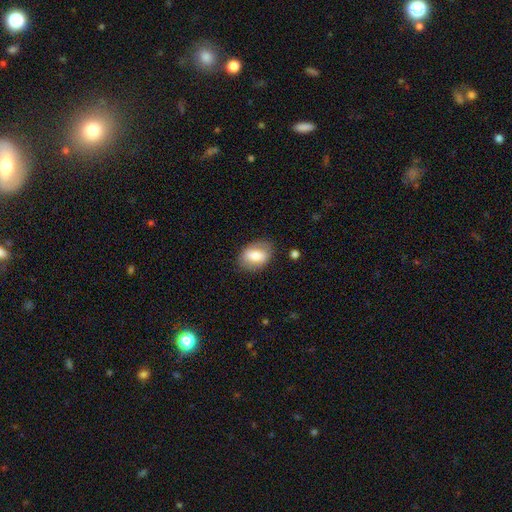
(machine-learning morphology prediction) The model was most divided on "smooth or featured": smooth: 68%, featured or disk: 25%, star or artifact: 7%. More confident: how rounded — in between (81%); merging — none (80%).